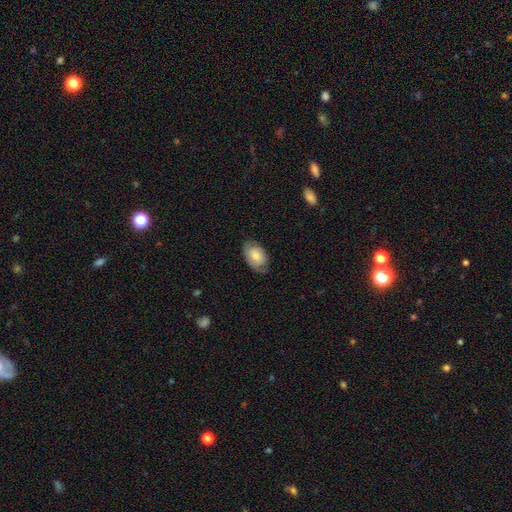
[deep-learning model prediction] A smooth galaxy with no disk features (69%) that is in between round and cigar-shaped (89%).

Vote fractions:
- Smooth or featured? smooth: 69% / featured or disk: 24% / star or artifact: 7%
- How rounded? in between: 89% / round: 10% / cigar-shaped: 1%
- Merging? none: 71% / minor disturbance: 22% / major disturbance: 5% / merger: 1%